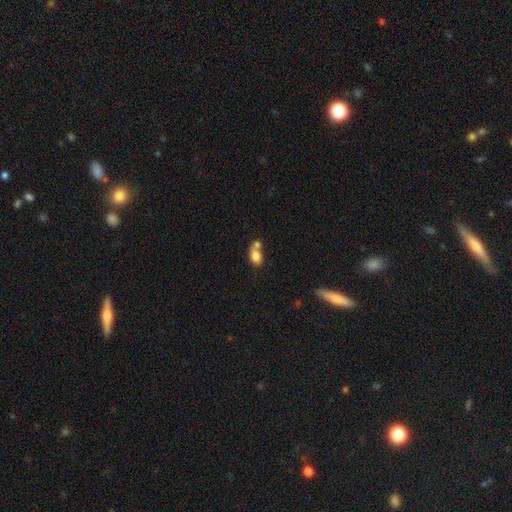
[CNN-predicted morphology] smooth_or_featured: smooth (p=0.80) [alt: featured or disk p=0.12]
how_rounded: in between (p=0.75) [alt: round p=0.23]
merging: merger (p=0.51) [alt: none p=0.31]